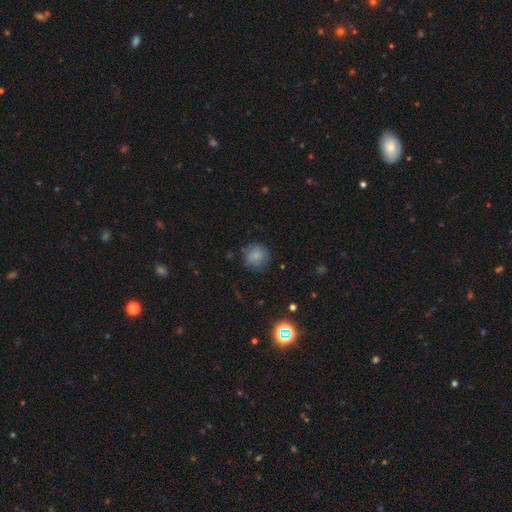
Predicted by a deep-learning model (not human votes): A smooth galaxy with no disk features (80%) that is round (90%).

Vote fractions:
- Smooth or featured? smooth: 80% / star or artifact: 10% / featured or disk: 10%
- How rounded? round: 90% / in between: 9% / cigar-shaped: 1%
- Merging? none: 79% / minor disturbance: 15% / major disturbance: 4% / merger: 2%